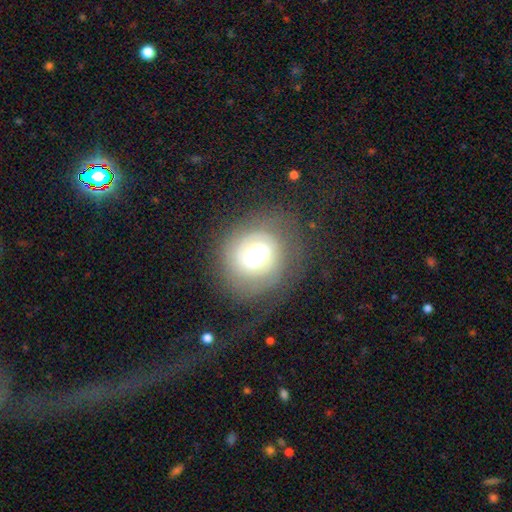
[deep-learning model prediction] Overall: featured or disk (47%; smooth 41%). Merging: none (65%).